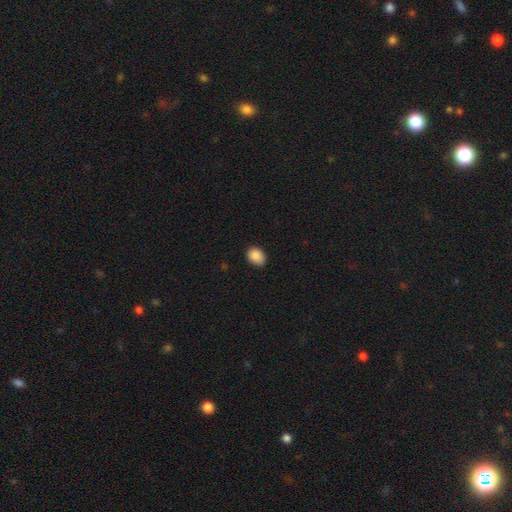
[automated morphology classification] Q: Smooth or featured?
A: smooth (89%); runner-up: star or artifact (8%)
Q: How rounded?
A: in between (74%); runner-up: round (25%)
Q: Merging?
A: none (81%); runner-up: minor disturbance (15%)